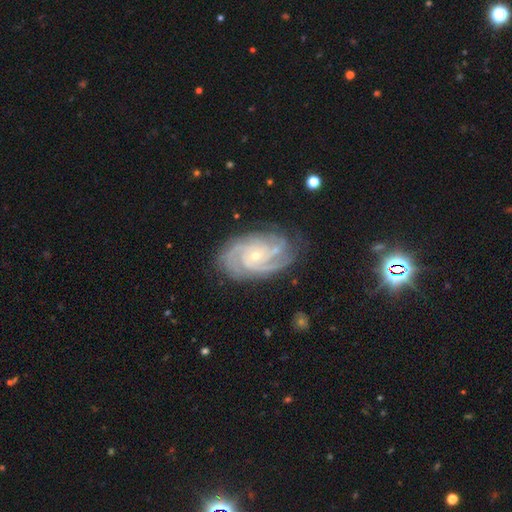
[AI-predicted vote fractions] This appears to be a featured or disk galaxy (90%) with no bar (70%), 3 (33%) tight (69%) spiral arms (98%) and a small central bulge (77%). Merging: none (78%).